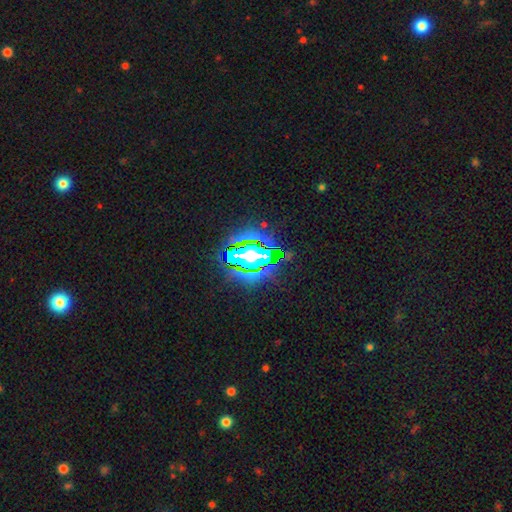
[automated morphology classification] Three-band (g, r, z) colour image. It shows a star or artifact, not a galaxy (64%).